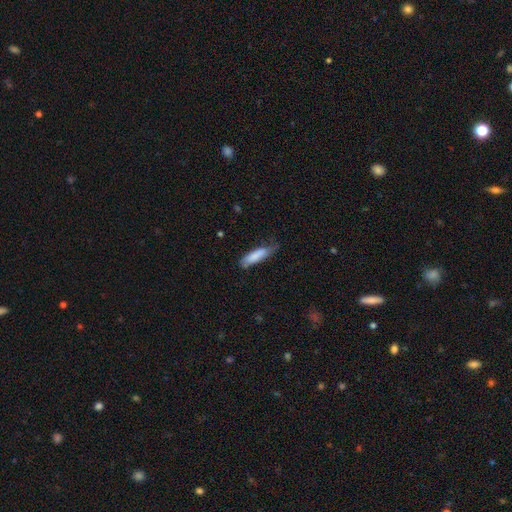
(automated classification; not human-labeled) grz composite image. It shows a smooth galaxy with no disk features (79%) that is cigar-shaped (64%). Merging: none (50%).